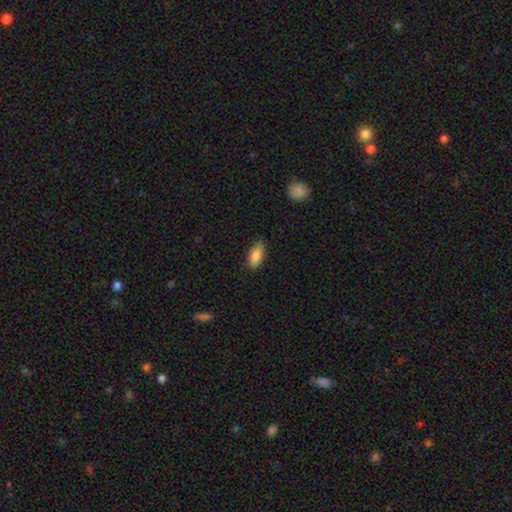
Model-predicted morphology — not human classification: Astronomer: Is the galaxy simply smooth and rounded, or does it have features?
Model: smooth — 87%.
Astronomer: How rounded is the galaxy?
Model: in between — 89%.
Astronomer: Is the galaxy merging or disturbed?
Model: none — 85%.